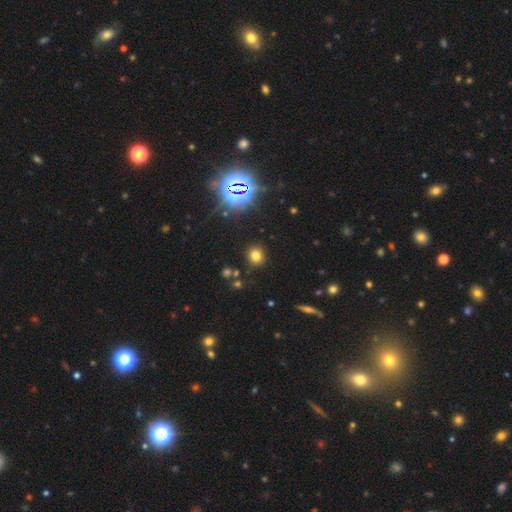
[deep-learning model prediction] smooth-or-featured: smooth: 71% | star or artifact: 22% | featured or disk: 7%
  how-rounded: round: 81% | in between: 18% | cigar-shaped: 1%
  merging: none: 87% | minor disturbance: 7% | major disturbance: 3% | merger: 3%